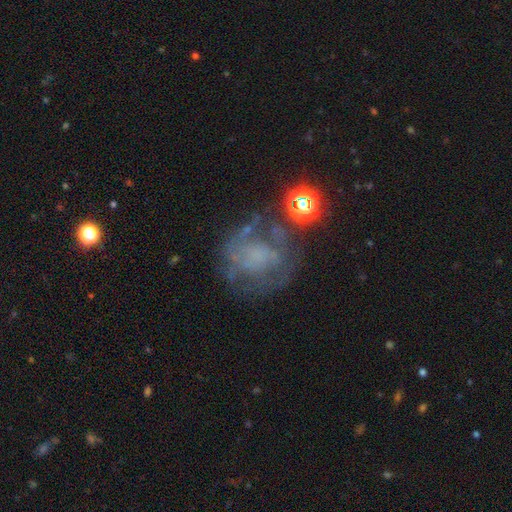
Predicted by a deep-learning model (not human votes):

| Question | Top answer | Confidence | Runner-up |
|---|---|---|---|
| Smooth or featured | featured or disk | 59% | smooth (23%) |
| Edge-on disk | no | 97% | yes (3%) |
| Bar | no | 82% | weak (14%) |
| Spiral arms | no | 54% | yes (46%) |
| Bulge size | none | 65% | small (16%) |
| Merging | none | 52% | major disturbance (24%) |